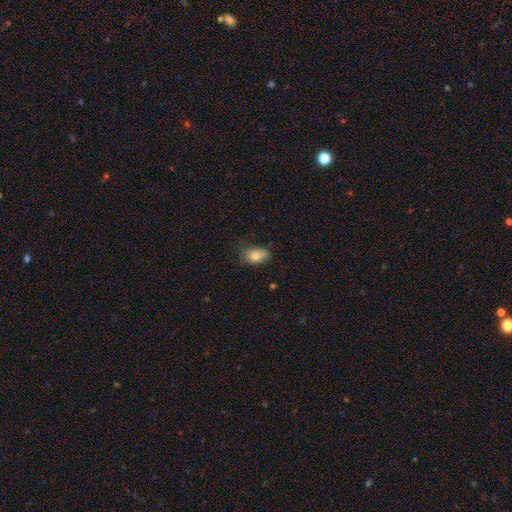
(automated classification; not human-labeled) Q: Smooth or featured?
A: smooth (80%); runner-up: featured or disk (11%)
Q: How rounded?
A: in between (85%); runner-up: round (13%)
Q: Merging?
A: none (61%); runner-up: minor disturbance (30%)